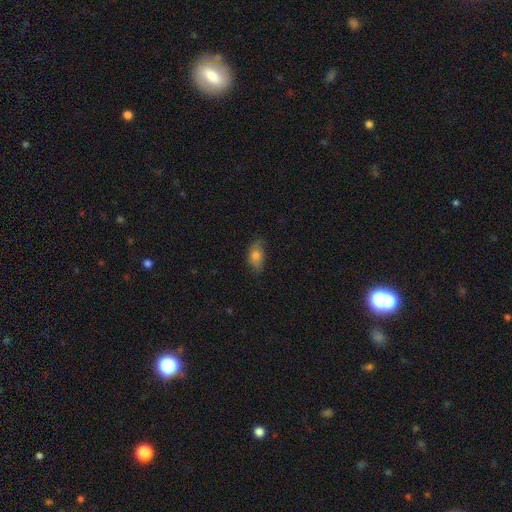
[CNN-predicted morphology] Smooth or featured? smooth (74%)
How rounded? in between (88%)
Merging? none (63%)